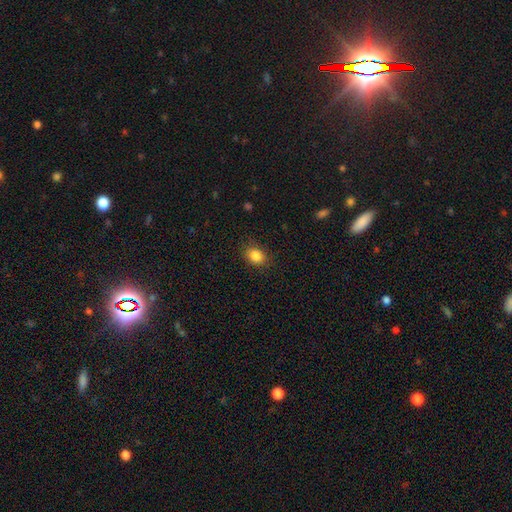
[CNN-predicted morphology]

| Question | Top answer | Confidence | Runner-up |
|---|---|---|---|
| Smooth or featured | smooth | 86% | star or artifact (10%) |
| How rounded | in between | 60% | round (39%) |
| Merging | none | 85% | minor disturbance (11%) |